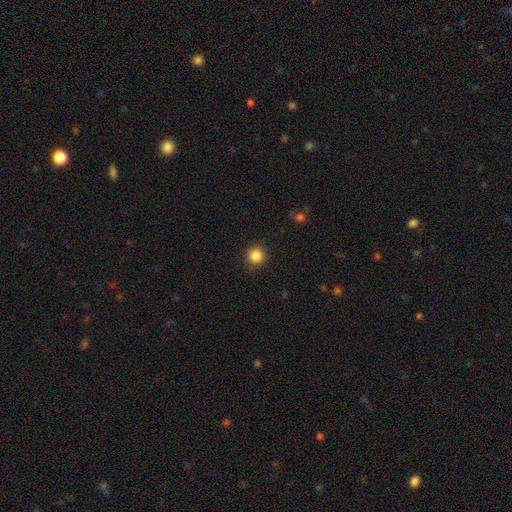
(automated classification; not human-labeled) Morphology: type=smooth (85%); roundness=round (95%); merging=none (91%).